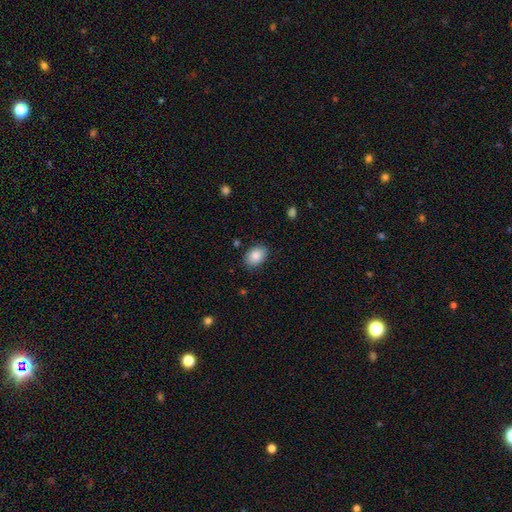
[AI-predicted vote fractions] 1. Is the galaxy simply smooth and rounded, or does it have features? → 87% smooth, 7% star or artifact, 6% featured or disk.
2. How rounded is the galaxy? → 77% in between, 22% round, 1% cigar-shaped.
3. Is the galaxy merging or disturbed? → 85% none, 11% minor disturbance, 3% major disturbance, 1% merger.